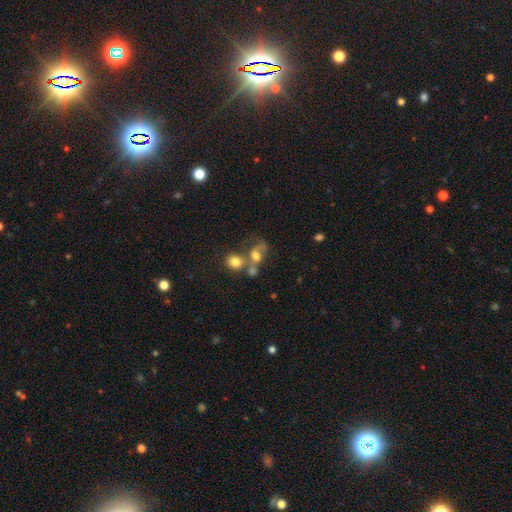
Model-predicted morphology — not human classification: A smooth galaxy with no disk features (63%) that is in between round and cigar-shaped (50%).

Vote fractions:
- Smooth or featured? smooth: 63% / featured or disk: 24% / star or artifact: 13%
- How rounded? in between: 50% / round: 48% / cigar-shaped: 2%
- Merging? merger: 51% / none: 24% / major disturbance: 14% / minor disturbance: 11%